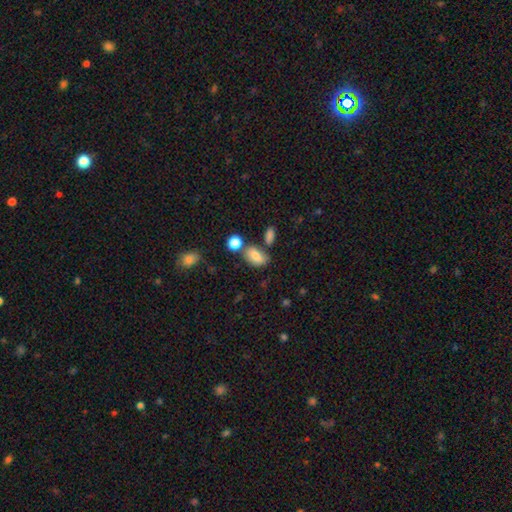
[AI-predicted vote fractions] Smooth or featured? Predicted: smooth (p=0.77). How rounded? Predicted: in between (p=0.85). Merging? Predicted: none (p=0.60).